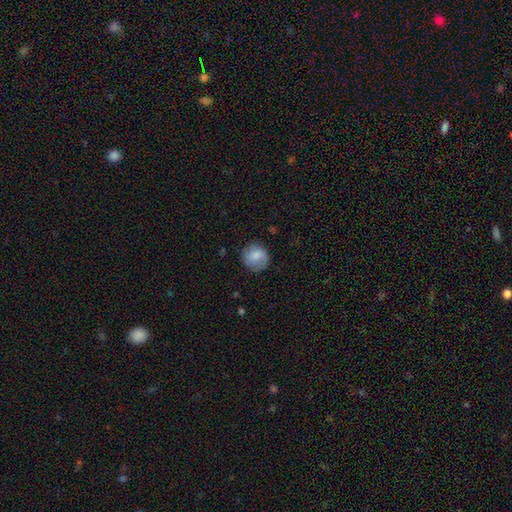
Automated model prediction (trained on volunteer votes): Q: Smooth or featured?
A: smooth (73%); runner-up: featured or disk (19%)
Q: How rounded?
A: round (88%); runner-up: in between (11%)
Q: Merging?
A: none (78%); runner-up: minor disturbance (16%)